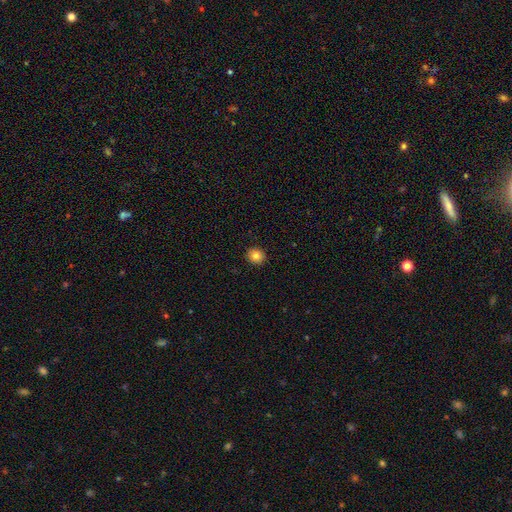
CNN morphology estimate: Smooth or featured? Predicted: smooth (p=0.83). How rounded? Predicted: round (p=0.82). Merging? Predicted: none (p=0.92).